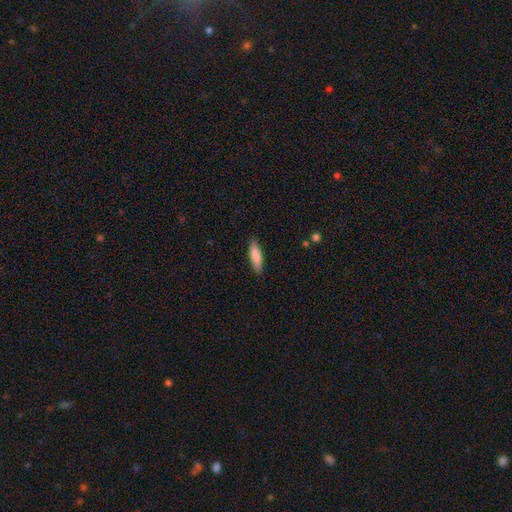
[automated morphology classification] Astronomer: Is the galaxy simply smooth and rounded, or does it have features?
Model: smooth — 84%.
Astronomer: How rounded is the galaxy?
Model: cigar-shaped — 62% (runner-up: in between, 37%).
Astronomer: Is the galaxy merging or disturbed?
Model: none — 86%.